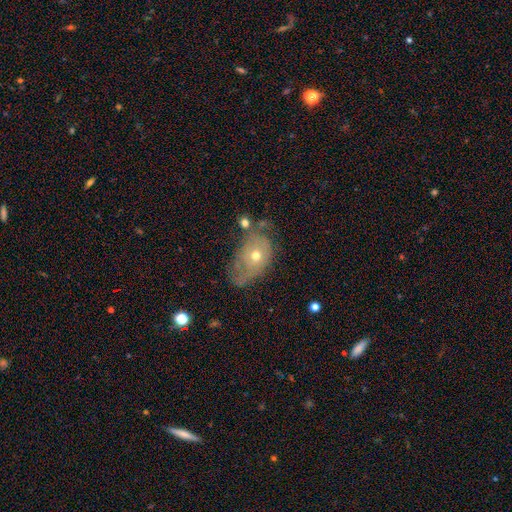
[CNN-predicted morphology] Smooth or featured? Predicted: smooth (p=0.46). Merging? Predicted: minor disturbance (p=0.32).